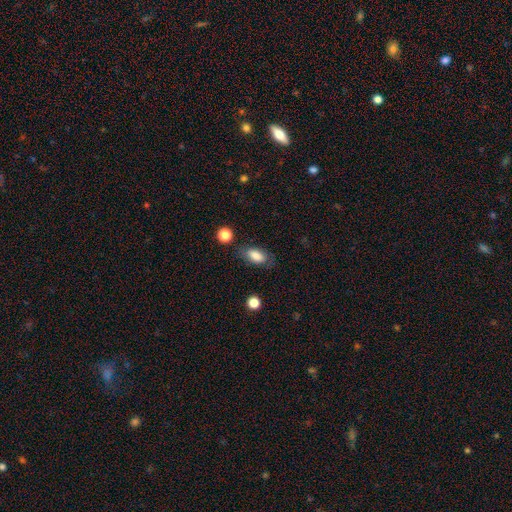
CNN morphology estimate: This is clearly a smooth galaxy (82%). How rounded: clearly in between (88%). Merging: likely none (76%).